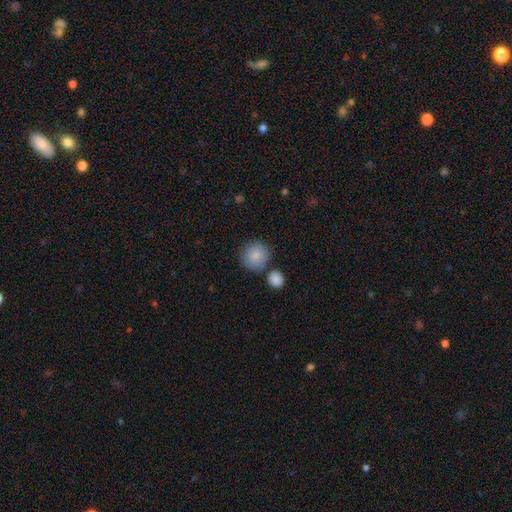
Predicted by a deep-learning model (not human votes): Smooth or featured: smooth — 86% (star or artifact — 7%)
How rounded: round — 92% (in between — 7%)
Merging: none — 74% (merger — 12%)